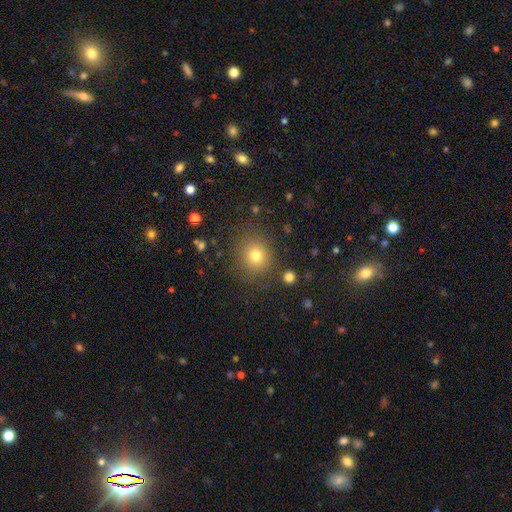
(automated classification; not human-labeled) Smooth or featured? smooth (76%)
How rounded? round (81%)
Merging? none (84%)